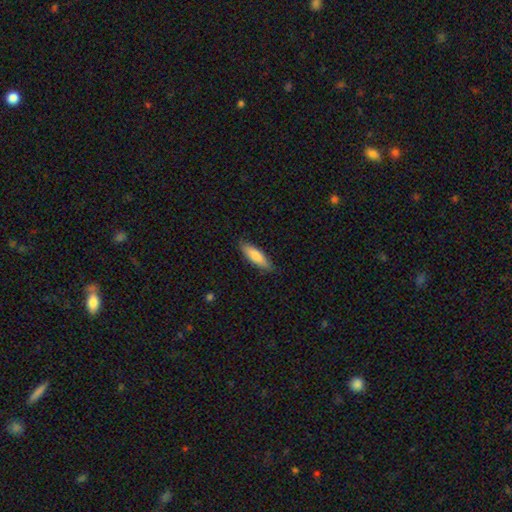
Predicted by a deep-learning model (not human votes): A smooth galaxy with no disk features (83%) that is cigar-shaped (50%). Merging: none (85%).